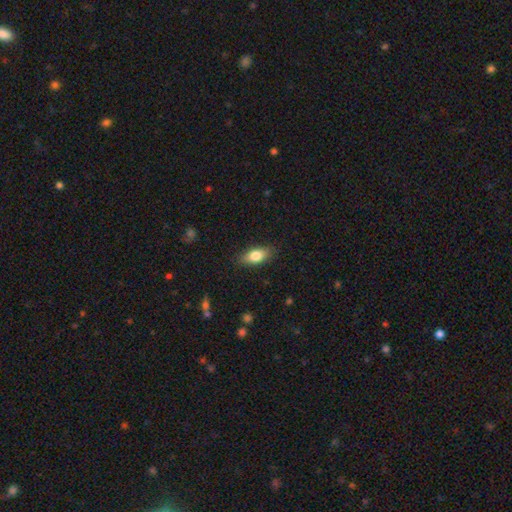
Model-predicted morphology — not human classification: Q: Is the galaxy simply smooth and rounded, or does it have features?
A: smooth — 79%.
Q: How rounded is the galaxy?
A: in between — 84%.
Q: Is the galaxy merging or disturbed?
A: none — 86%.